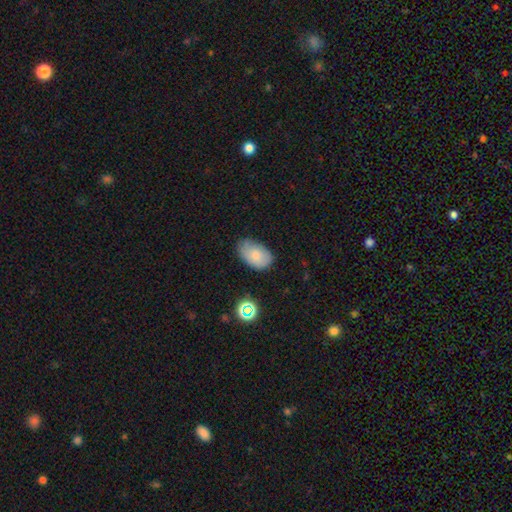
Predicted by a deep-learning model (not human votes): Smooth or featured?
  - smooth: 76% *
  - featured or disk: 15%
  - star or artifact: 9%
How rounded?
  - in between: 90% *
  - round: 8%
  - cigar-shaped: 1%
Merging?
  - none: 66% *
  - minor disturbance: 27%
  - major disturbance: 5%
  - merger: 2%